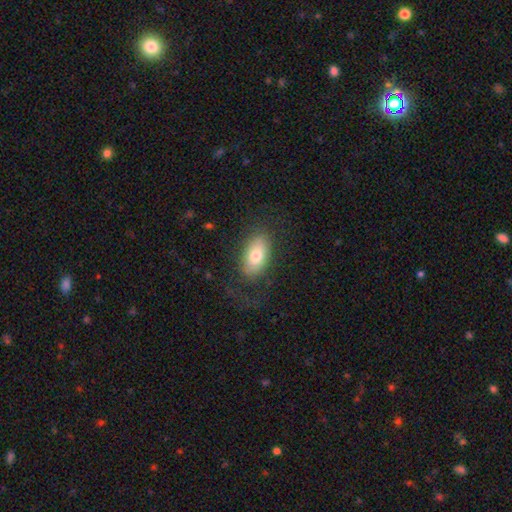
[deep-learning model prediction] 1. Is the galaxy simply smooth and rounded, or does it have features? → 72% smooth, 21% featured or disk, 7% star or artifact.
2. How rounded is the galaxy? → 92% in between, 5% round, 3% cigar-shaped.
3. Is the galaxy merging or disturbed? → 72% none, 15% minor disturbance, 12% major disturbance, 1% merger.